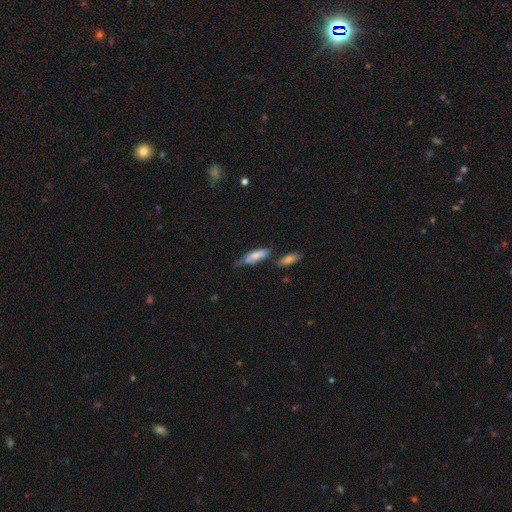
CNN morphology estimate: smooth 72%, featured or disk 21%, star or artifact 7%. Down the decision tree: how rounded — in between (53%); merging — none (47%).